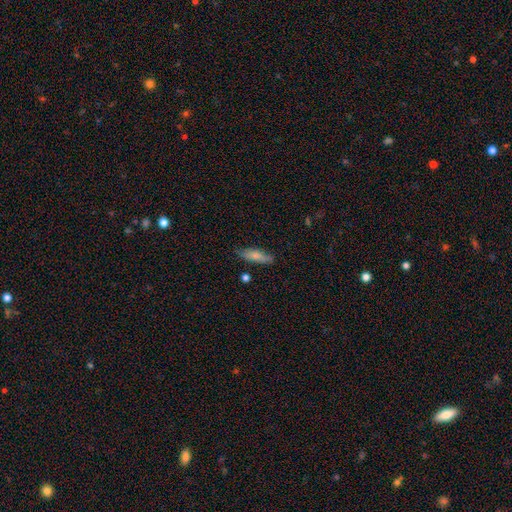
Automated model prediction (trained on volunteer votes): smooth_or_featured: smooth (p=0.76) [alt: featured or disk p=0.17]
how_rounded: cigar-shaped (p=0.61) [alt: in between p=0.38]
merging: none (p=0.79) [alt: minor disturbance p=0.15]